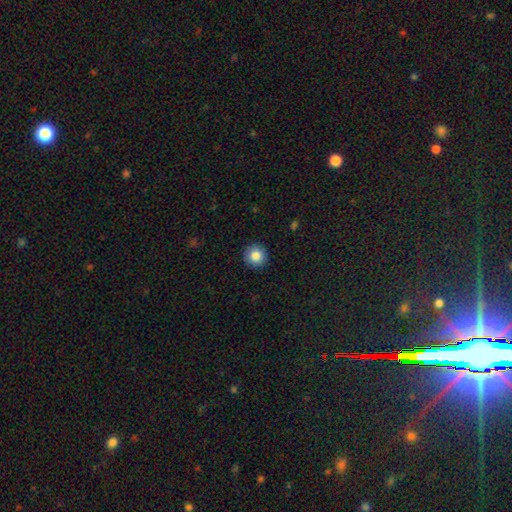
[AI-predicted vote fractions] Smooth or featured? smooth (86%)
How rounded? round (95%)
Merging? none (92%)